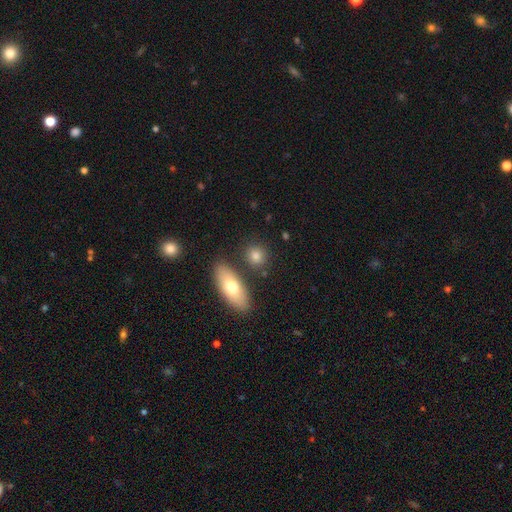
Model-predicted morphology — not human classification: This is clearly a smooth galaxy (81%). How rounded: likely round (65%). Merging: likely none (79%).